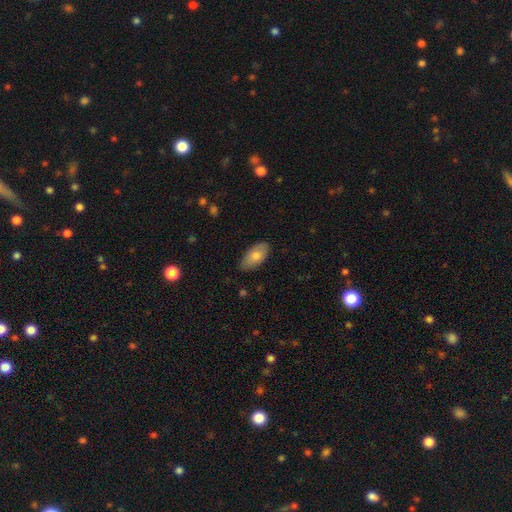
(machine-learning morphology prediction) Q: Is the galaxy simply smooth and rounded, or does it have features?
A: smooth — 76%.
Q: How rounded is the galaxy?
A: in between — 94%.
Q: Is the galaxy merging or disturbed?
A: none — 82%.